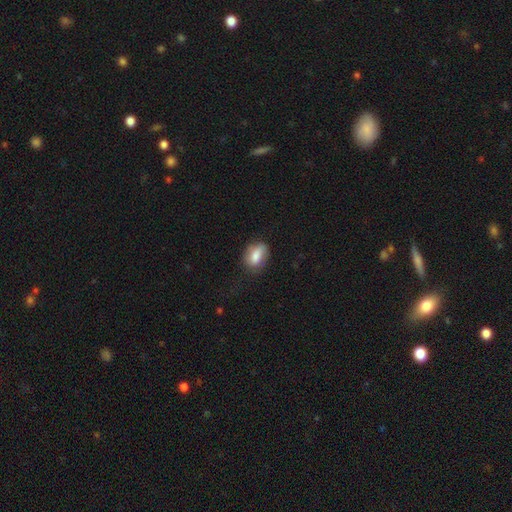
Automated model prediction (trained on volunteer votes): smooth 78%, featured or disk 15%, star or artifact 7%. Down the decision tree: how rounded — in between (83%); merging — none (62%).